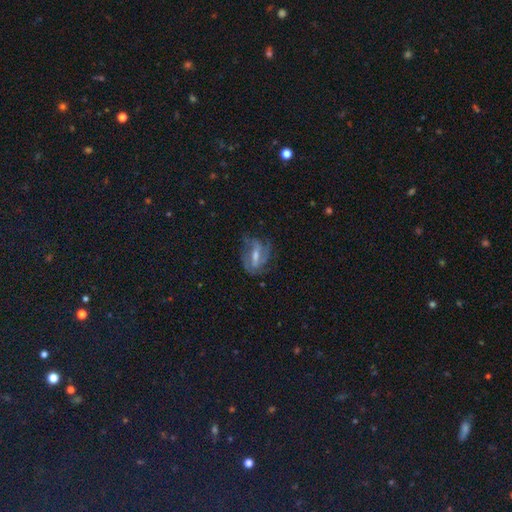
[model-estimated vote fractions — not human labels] The model was most divided on "bar": weak: 42%, strong: 39%, no: 19%. Remaining: edge-on disk — no (92%); spiral arms — yes (85%); smooth or featured — featured or disk (74%); merging — none (55%); bulge size — moderate (50%); spiral winding — medium (45%); spiral arm count — 2 (40%).